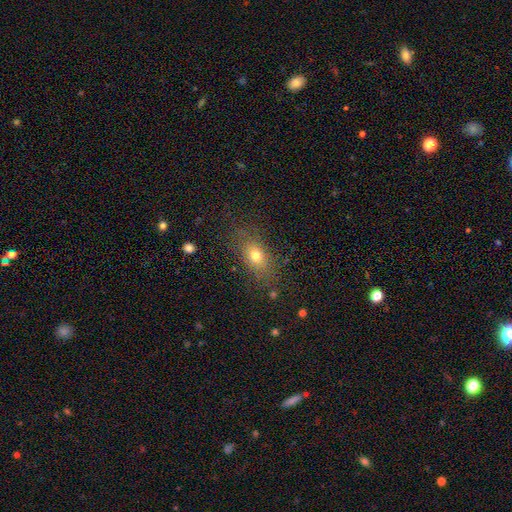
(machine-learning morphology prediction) type=smooth (72%); roundness=in between (73%); merging=none (77%).